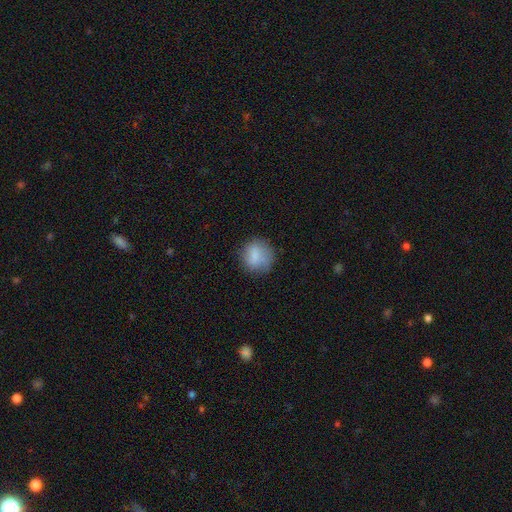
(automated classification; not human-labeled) Smooth or featured? smooth (79%)
How rounded? round (83%)
Merging? none (71%)